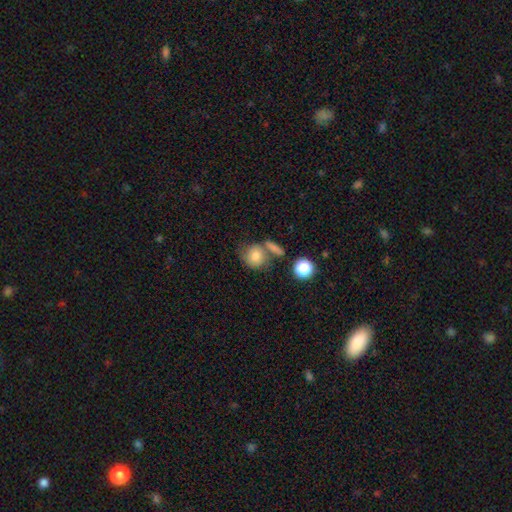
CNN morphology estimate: A smooth galaxy with no disk features (78%) that is round (71%). Merging: none (51%).